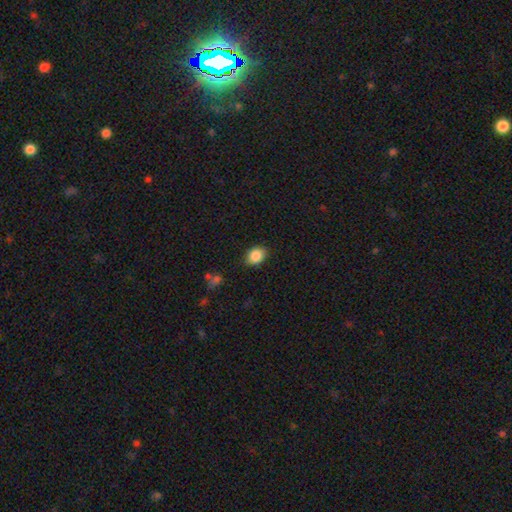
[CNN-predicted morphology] This is clearly a smooth galaxy (87%). How rounded: possibly in between (52%). Merging: clearly none (83%).